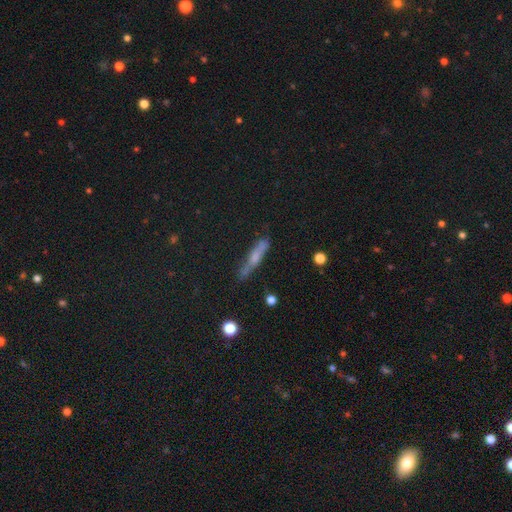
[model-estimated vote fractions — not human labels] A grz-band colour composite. It shows a smooth galaxy with no disk features (47%). Merging: none (73%).